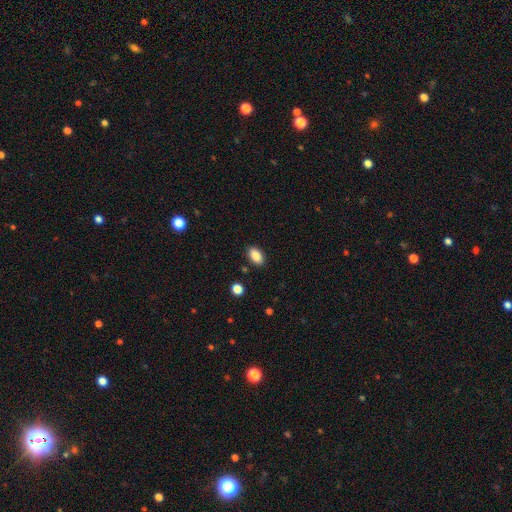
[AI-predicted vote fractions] A smooth galaxy with no disk features (88%) that is in between round and cigar-shaped (92%). Merging: none (88%).